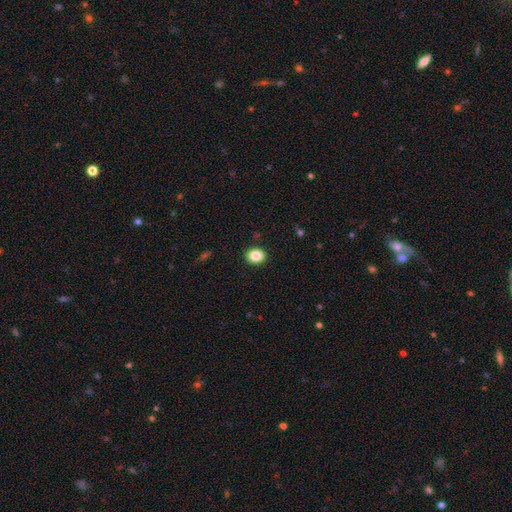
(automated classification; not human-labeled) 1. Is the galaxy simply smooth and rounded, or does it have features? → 86% smooth, 9% star or artifact, 5% featured or disk.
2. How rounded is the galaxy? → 65% round, 34% in between, 1% cigar-shaped.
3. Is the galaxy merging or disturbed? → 91% none, 6% minor disturbance, 2% major disturbance, 1% merger.